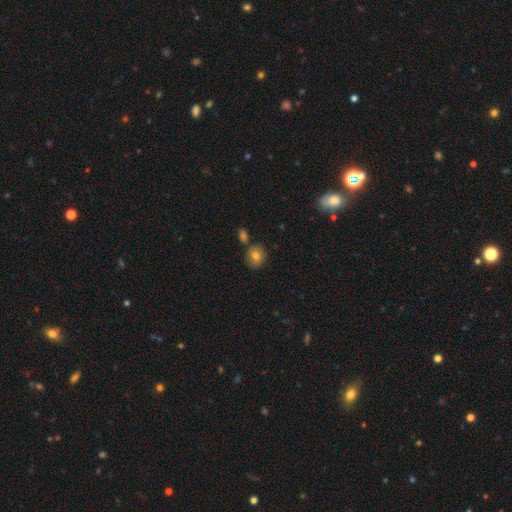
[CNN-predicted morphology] A smooth galaxy with no disk features (78%) that is round (73%). Merging: none (74%).